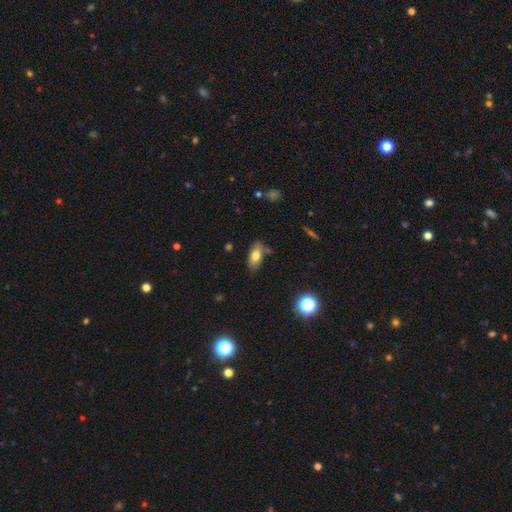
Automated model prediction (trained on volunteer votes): Overall: smooth (72%). How rounded: in between (84%). Merging: none (78%).